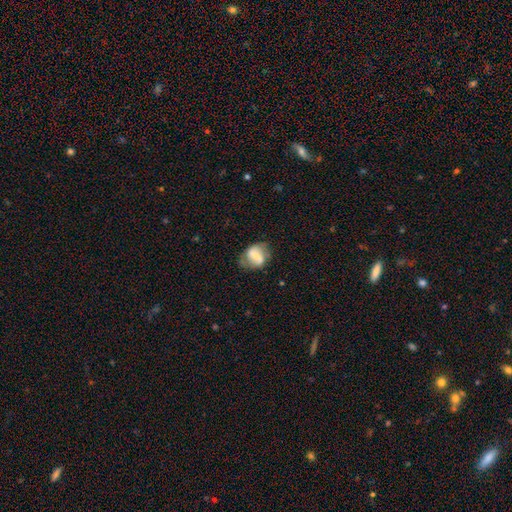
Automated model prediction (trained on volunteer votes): This is possibly a featured or disk galaxy (56%). It is clearly not viewed edge-on (97%). Bar: marginally strong (40%). Spiral arm pattern: likely yes (75%). Central bulge: possibly small (46%). Merging: likely none (60%).